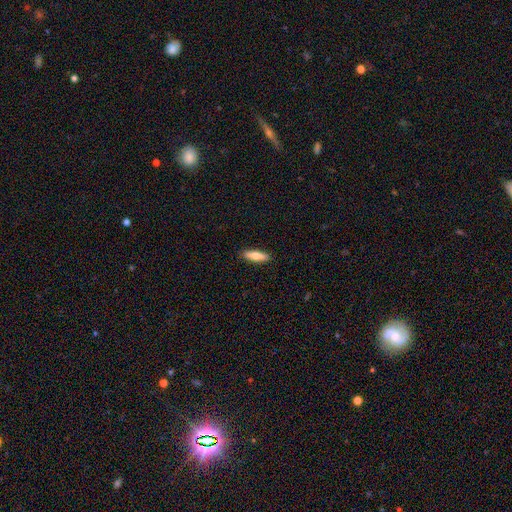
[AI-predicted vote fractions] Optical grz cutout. It shows a smooth galaxy with no disk features (73%) that is cigar-shaped (60%). Merging: none (90%).